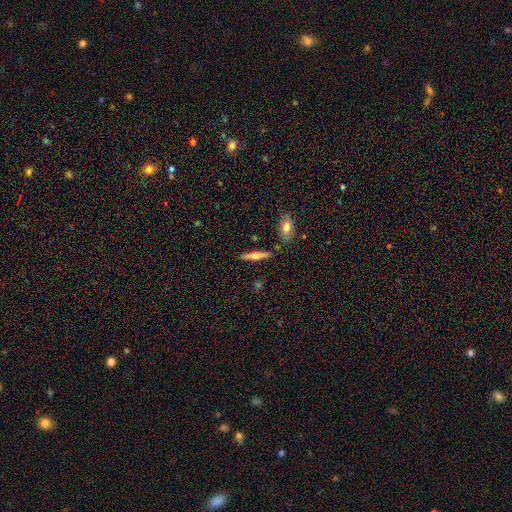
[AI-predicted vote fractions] Smooth or featured: smooth — 51% (featured or disk — 43%)
How rounded: cigar-shaped — 83% (in between — 15%)
Merging: none — 82% (minor disturbance — 10%)